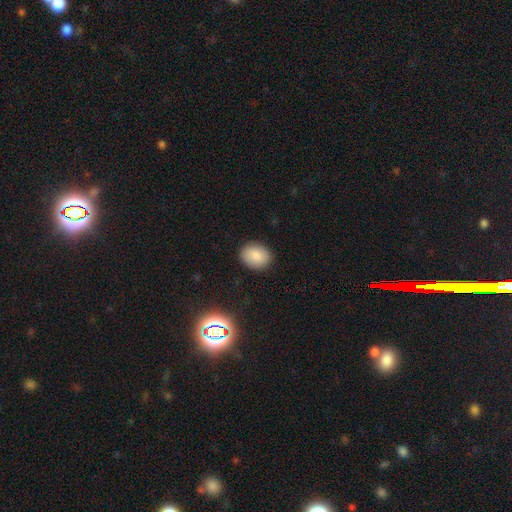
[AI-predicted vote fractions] smooth-or-featured: smooth: 85% | star or artifact: 9% | featured or disk: 6%
  how-rounded: in between: 62% | round: 37% | cigar-shaped: 1%
  merging: none: 87% | minor disturbance: 9% | major disturbance: 2% | merger: 1%